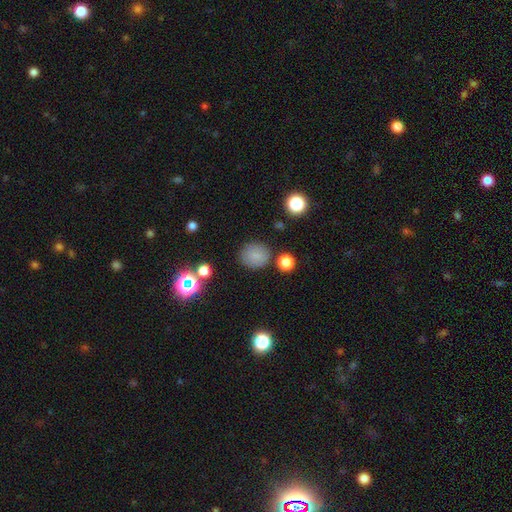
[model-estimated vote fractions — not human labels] Q: Smooth or featured?
A: smooth (79%); runner-up: star or artifact (12%)
Q: How rounded?
A: round (84%); runner-up: in between (15%)
Q: Merging?
A: none (82%); runner-up: minor disturbance (11%)